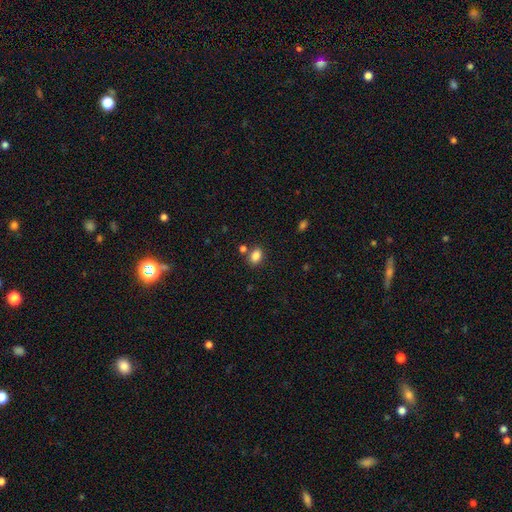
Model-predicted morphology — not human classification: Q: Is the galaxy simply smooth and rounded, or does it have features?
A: smooth — 85%.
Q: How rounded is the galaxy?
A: in between — 78%.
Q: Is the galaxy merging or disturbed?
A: none — 74%.